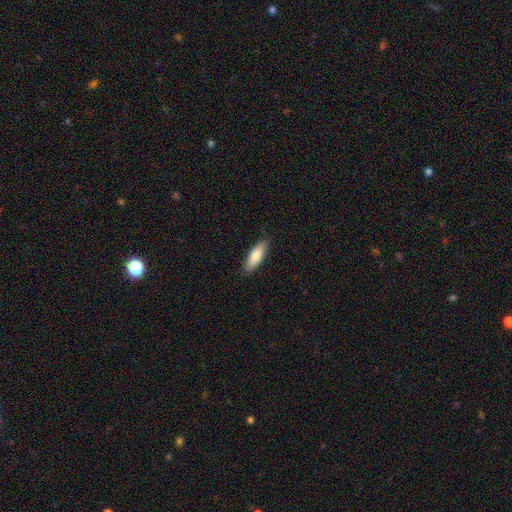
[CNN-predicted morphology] smooth-or-featured: smooth: 82% | featured or disk: 13% | star or artifact: 6%
  how-rounded: in between: 59% | cigar-shaped: 39% | round: 2%
  merging: none: 86% | minor disturbance: 11% | major disturbance: 2% | merger: 1%